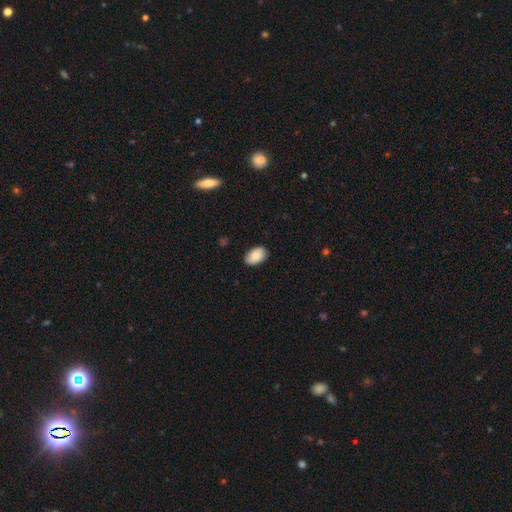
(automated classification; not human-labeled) A smooth galaxy with no disk features (86%) that is in between round and cigar-shaped (93%). Merging: none (86%).